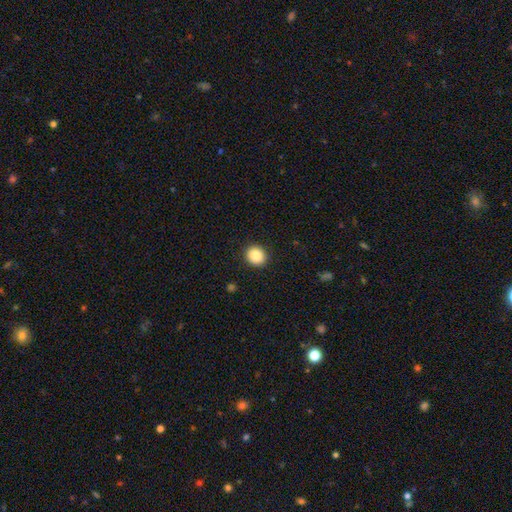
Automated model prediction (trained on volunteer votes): Overall: smooth (87%). How rounded: round (81%). Merging: none (91%).